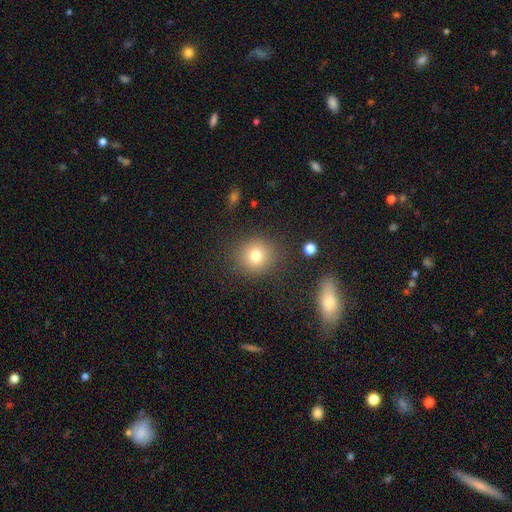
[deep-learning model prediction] A smooth galaxy with no disk features (77%) that is round (89%).

Vote fractions:
- Smooth or featured? smooth: 77% / star or artifact: 13% / featured or disk: 10%
- How rounded? round: 89% / in between: 10% / cigar-shaped: 1%
- Merging? none: 86% / minor disturbance: 8% / major disturbance: 4% / merger: 2%